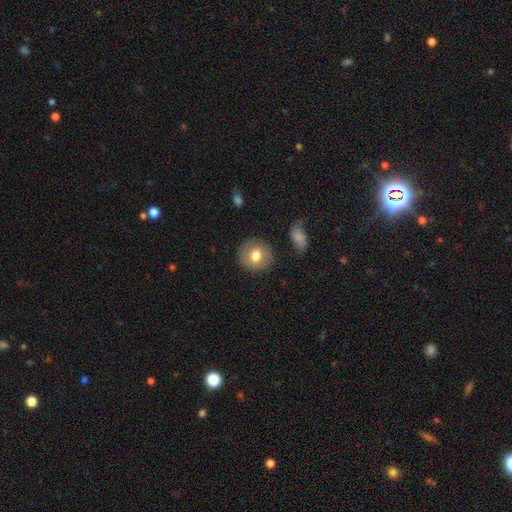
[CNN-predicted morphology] smooth_or_featured: smooth (p=0.73) [alt: featured or disk p=0.19]
how_rounded: round (p=0.85) [alt: in between p=0.14]
merging: none (p=0.84) [alt: minor disturbance p=0.11]